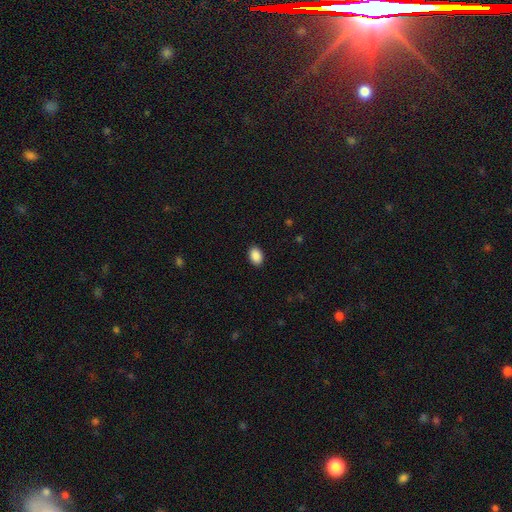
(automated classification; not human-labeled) smooth_or_featured: smooth (p=0.90) [alt: star or artifact p=0.08]
how_rounded: in between (p=0.85) [alt: round p=0.13]
merging: none (p=0.90) [alt: minor disturbance p=0.07]